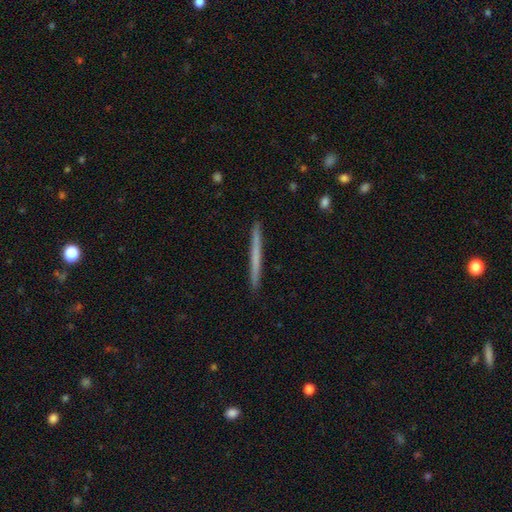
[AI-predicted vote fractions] The model was most divided on "smooth or featured": smooth: 54%, featured or disk: 41%, star or artifact: 6%. More confident: how rounded — cigar-shaped (97%); merging — none (93%).